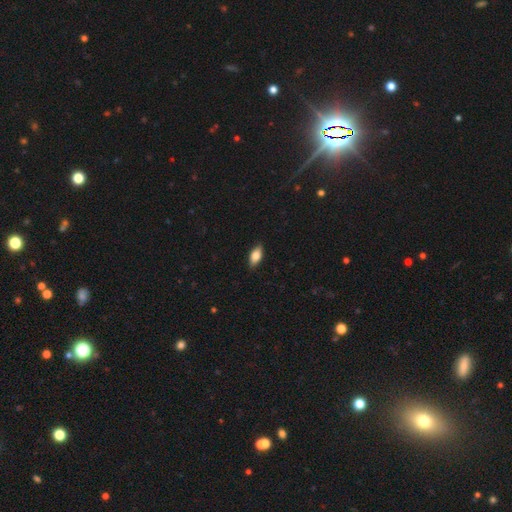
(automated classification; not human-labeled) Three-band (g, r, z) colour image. It shows a smooth galaxy with no disk features (79%) that is in between round and cigar-shaped (88%). Merging: none (88%).